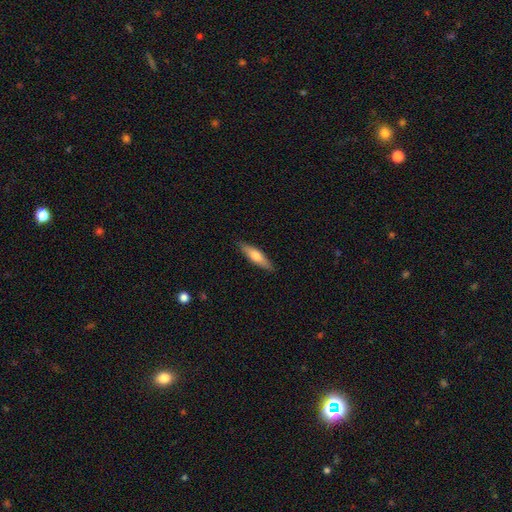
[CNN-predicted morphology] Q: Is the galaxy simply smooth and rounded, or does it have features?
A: smooth — 60%.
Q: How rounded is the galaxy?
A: cigar-shaped — 68%.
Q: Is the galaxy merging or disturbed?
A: none — 88%.